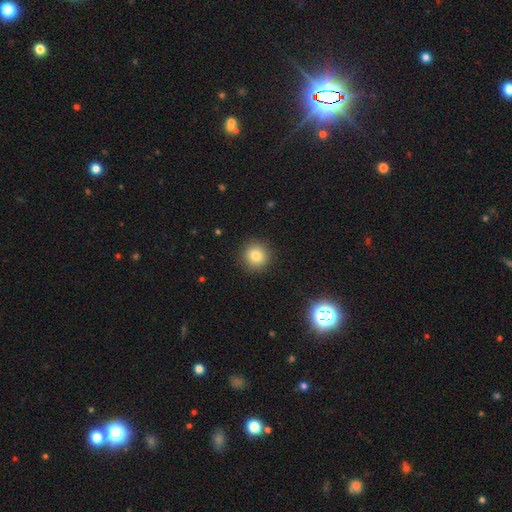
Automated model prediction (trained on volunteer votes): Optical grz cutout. It shows a smooth galaxy with no disk features (81%) that is round (93%). Merging: none (91%).